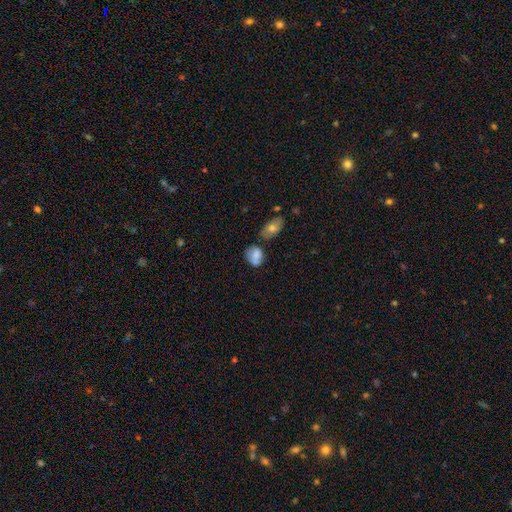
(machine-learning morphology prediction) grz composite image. It shows a smooth galaxy with no disk features (78%) that is in between round and cigar-shaped (68%). Merging: none (53%).